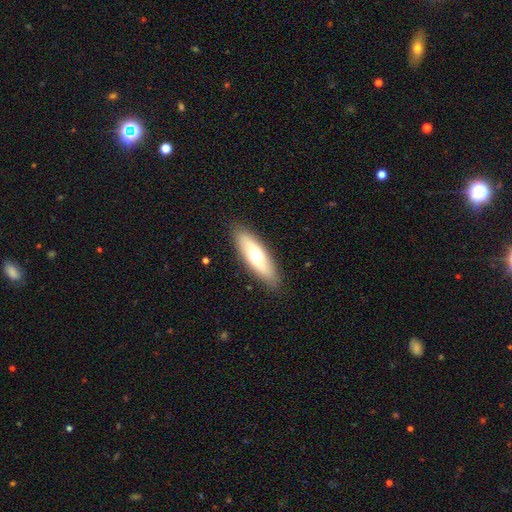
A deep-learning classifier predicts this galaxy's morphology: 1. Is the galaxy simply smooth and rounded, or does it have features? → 57% smooth, 38% featured or disk, 6% star or artifact.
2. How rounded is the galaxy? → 49% in between, 48% cigar-shaped, 2% round.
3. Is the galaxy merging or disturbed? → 88% none, 9% minor disturbance, 2% major disturbance, 1% merger.